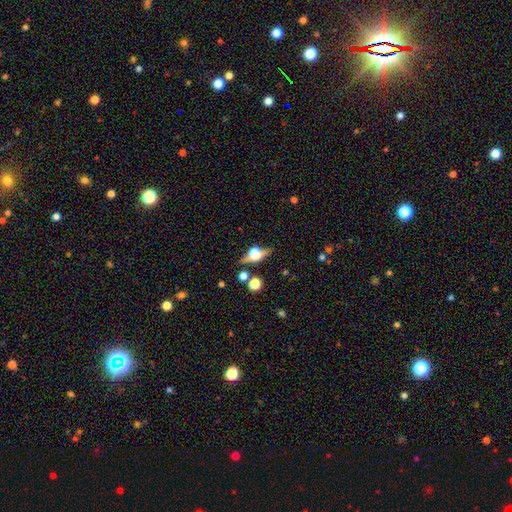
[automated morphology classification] smooth_or_featured: featured or disk (p=0.59) [alt: smooth p=0.29]
disk_edge_on: yes (p=0.85) [alt: no p=0.15]
edge_on_bulge: rounded (p=0.94) [alt: boxy p=0.04]
merging: none (p=0.70) [alt: minor disturbance p=0.15]